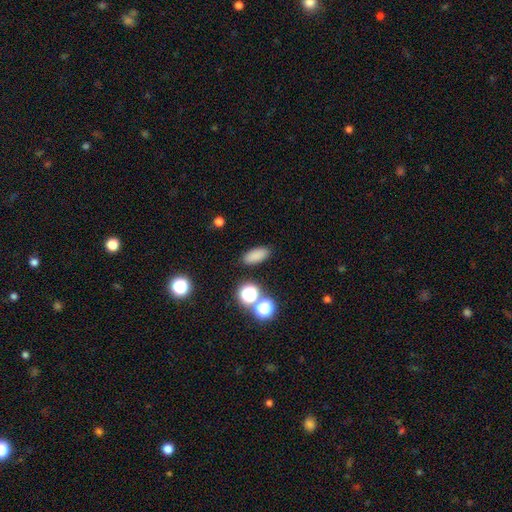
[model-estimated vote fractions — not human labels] Smooth or featured? Predicted: smooth (p=0.82). How rounded? Predicted: in between (p=0.80). Merging? Predicted: none (p=0.87).